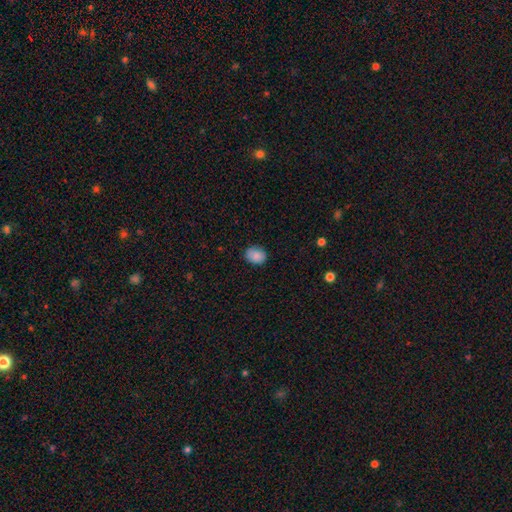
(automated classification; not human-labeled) Smooth or featured?
  - smooth: 86% *
  - star or artifact: 8%
  - featured or disk: 5%
How rounded?
  - round: 50% *
  - in between: 49%
  - cigar-shaped: 1%
Merging?
  - none: 80% *
  - minor disturbance: 16%
  - major disturbance: 3%
  - merger: 1%